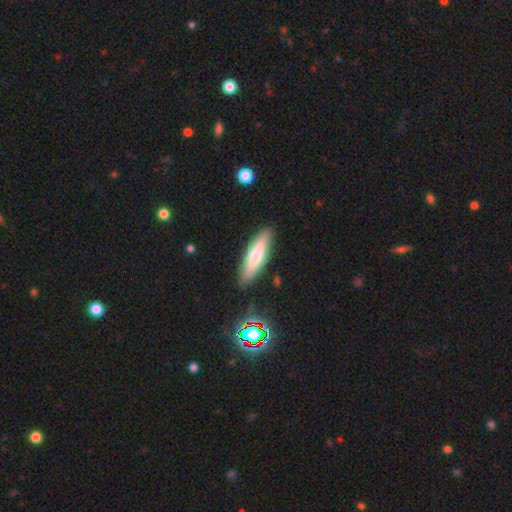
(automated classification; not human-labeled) Morphology: type=smooth (69%); roundness=cigar-shaped (66%); merging=none (87%).